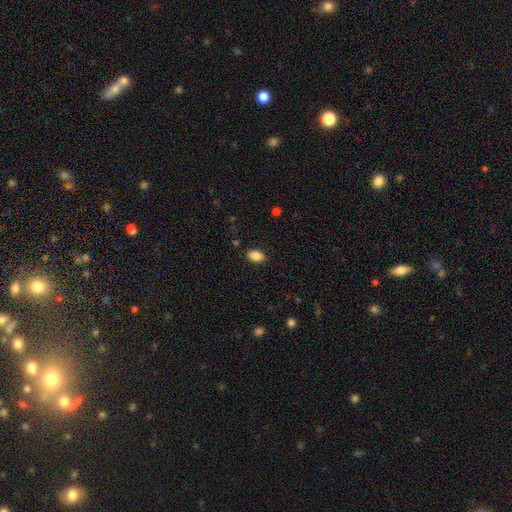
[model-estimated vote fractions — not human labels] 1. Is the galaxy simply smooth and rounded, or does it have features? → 88% smooth, 8% star or artifact, 4% featured or disk.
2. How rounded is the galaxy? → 89% in between, 9% round, 2% cigar-shaped.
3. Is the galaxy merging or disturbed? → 87% none, 10% minor disturbance, 2% major disturbance, 1% merger.